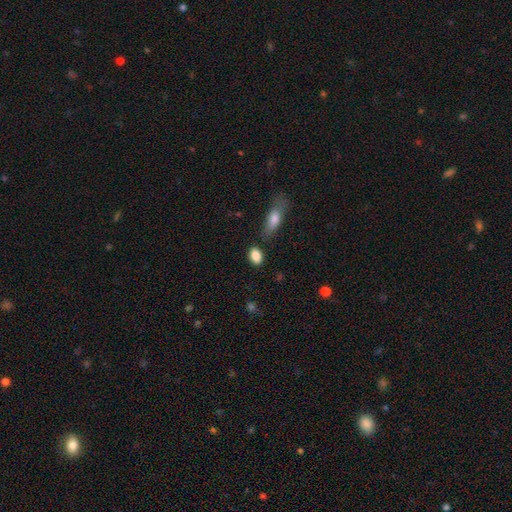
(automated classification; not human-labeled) This is clearly a smooth galaxy (86%). How rounded: clearly in between (82%). Merging: likely none (78%).